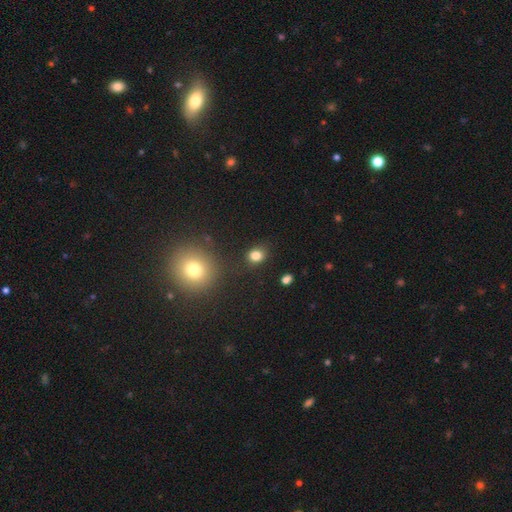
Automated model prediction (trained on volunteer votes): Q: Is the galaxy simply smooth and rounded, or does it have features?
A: smooth — 82%.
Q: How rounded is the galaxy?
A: round — 55%.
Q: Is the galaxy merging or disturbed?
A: none — 82%.